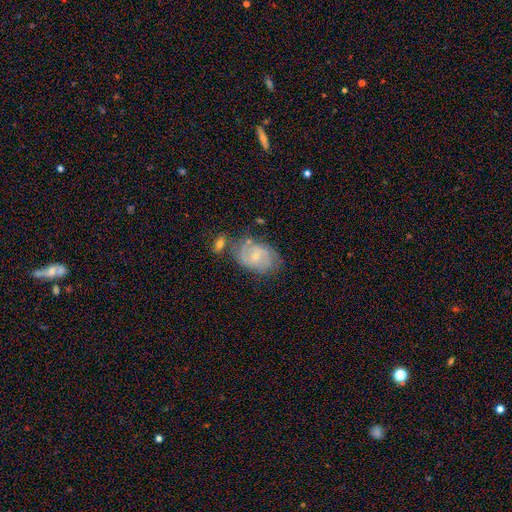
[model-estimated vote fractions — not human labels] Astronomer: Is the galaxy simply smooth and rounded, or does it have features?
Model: featured or disk — 64%.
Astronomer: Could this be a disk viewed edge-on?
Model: no — 96%.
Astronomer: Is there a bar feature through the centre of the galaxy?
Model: no — 49% (runner-up: weak, 43%).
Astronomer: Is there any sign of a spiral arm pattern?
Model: yes — 83%.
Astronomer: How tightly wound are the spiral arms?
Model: tight — 44% (runner-up: medium, 40%).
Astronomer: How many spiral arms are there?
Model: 2 — 52% (runner-up: can't tell, 30%).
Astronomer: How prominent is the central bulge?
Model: small — 67%.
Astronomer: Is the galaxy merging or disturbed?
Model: none — 60%.